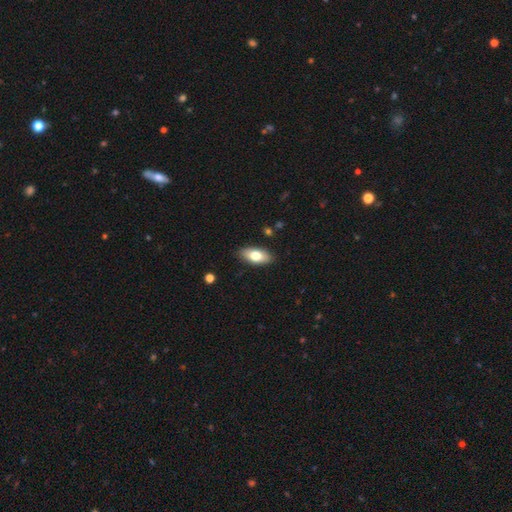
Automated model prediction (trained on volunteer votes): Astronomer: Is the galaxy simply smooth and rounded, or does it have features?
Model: smooth — 74%.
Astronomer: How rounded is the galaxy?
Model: in between — 87%.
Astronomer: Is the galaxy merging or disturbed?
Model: none — 87%.